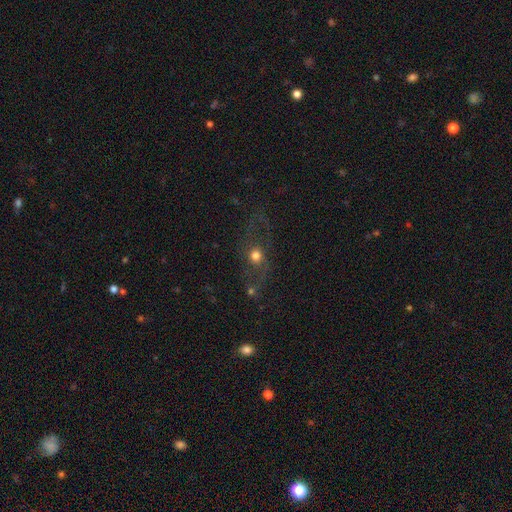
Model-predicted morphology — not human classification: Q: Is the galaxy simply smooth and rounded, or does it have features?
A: featured or disk — 50%.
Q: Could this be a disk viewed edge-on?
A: no — 84%.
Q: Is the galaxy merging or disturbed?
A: none — 58%.